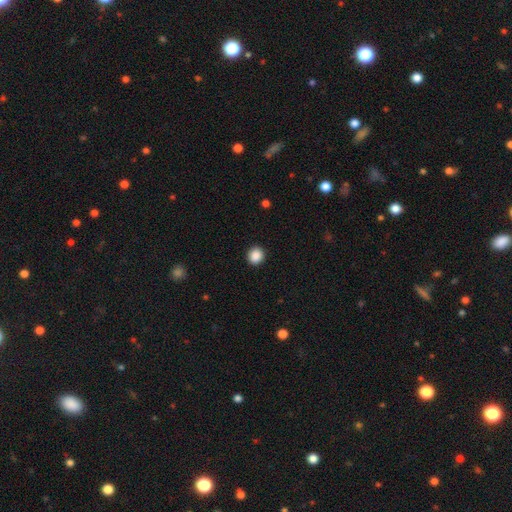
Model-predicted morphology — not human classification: The model was most divided on "how rounded": round: 88%, in between: 12%, cigar-shaped: 1%. More confident: merging — none (92%); smooth or featured — smooth (89%).